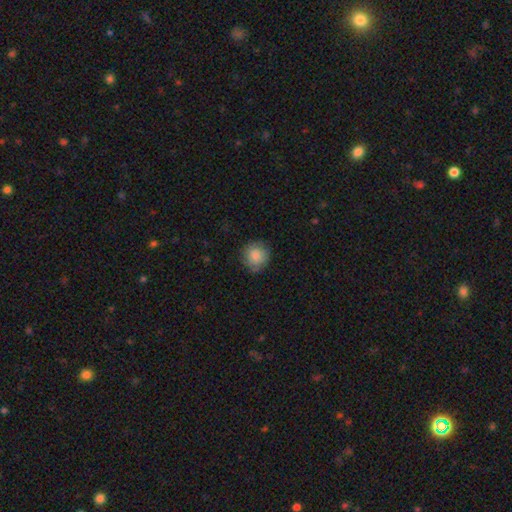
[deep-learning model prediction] This is clearly a smooth galaxy (86%). How rounded: clearly round (92%). Merging: clearly none (82%).